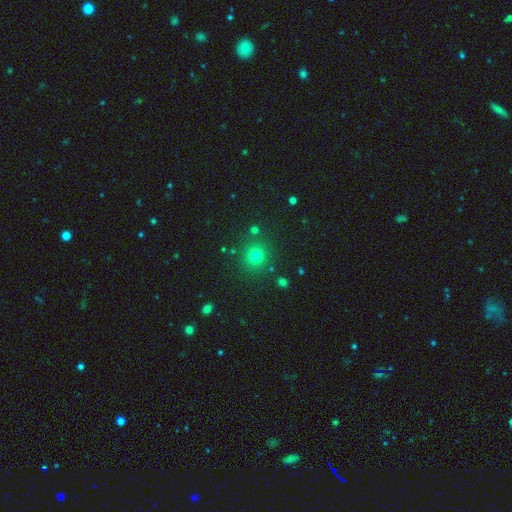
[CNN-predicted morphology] The model was most divided on "smooth or featured": smooth: 76%, star or artifact: 18%, featured or disk: 6%. More confident: how rounded — round (92%); merging — none (85%).